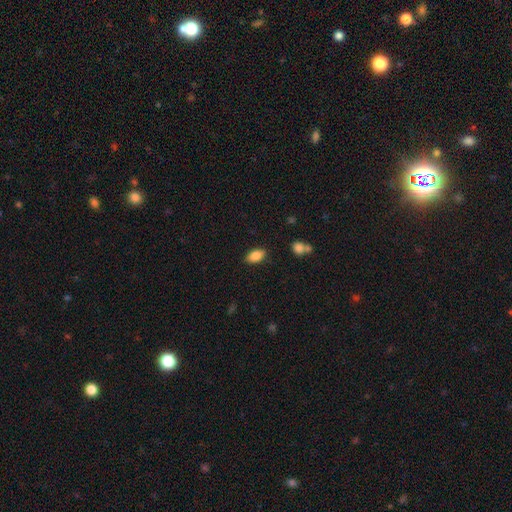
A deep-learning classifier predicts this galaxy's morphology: type=smooth (86%); roundness=in between (91%); merging=none (86%).